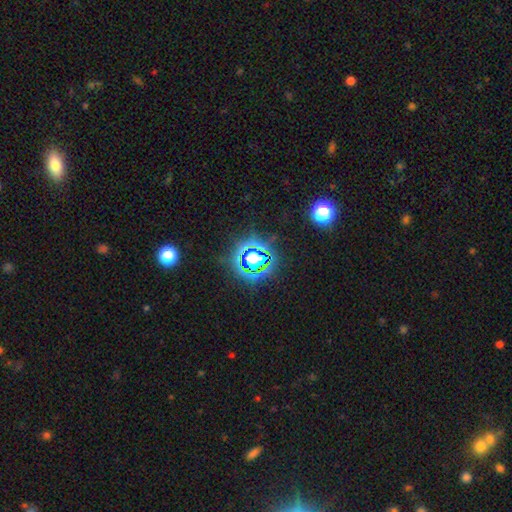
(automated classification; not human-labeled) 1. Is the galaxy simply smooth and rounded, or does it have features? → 75% star or artifact, 16% smooth, 8% featured or disk.